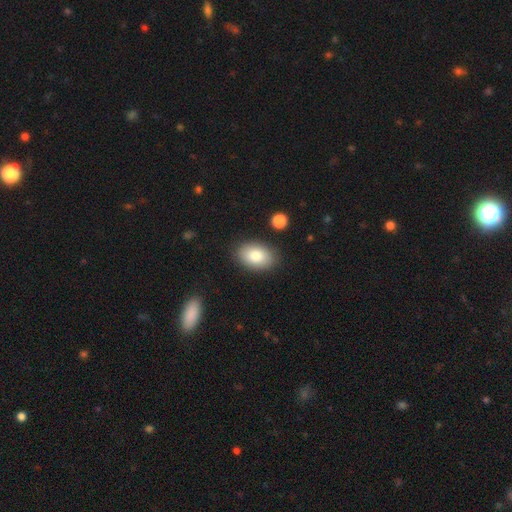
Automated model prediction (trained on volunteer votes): This appears to be a smooth galaxy with no disk features (82%) that is in between round and cigar-shaped (89%). Merging: none (86%).